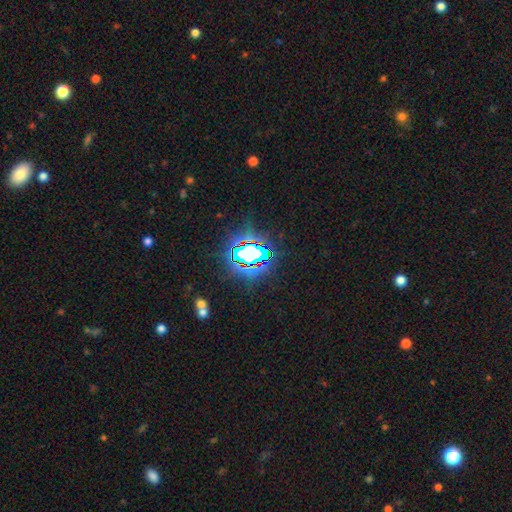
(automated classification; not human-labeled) star or artifact 76%, smooth 14%, featured or disk 10%.